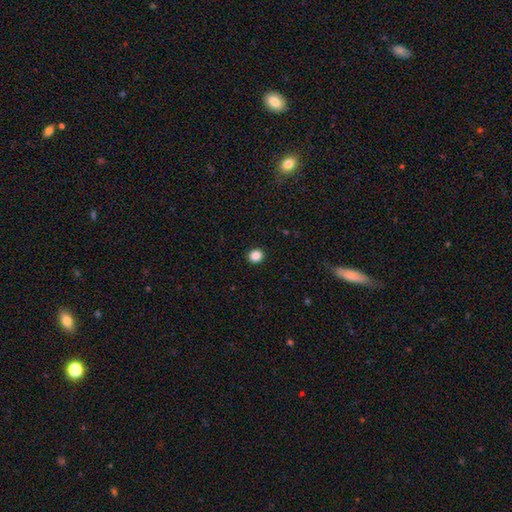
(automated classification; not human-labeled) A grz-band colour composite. It shows a smooth galaxy with no disk features (87%) that is round (88%). Merging: none (93%).